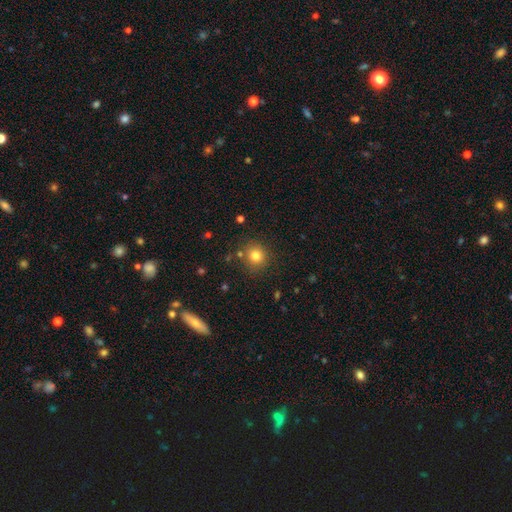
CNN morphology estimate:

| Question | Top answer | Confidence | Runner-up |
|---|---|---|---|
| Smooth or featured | smooth | 79% | star or artifact (13%) |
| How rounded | round | 88% | in between (11%) |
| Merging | none | 83% | minor disturbance (9%) |